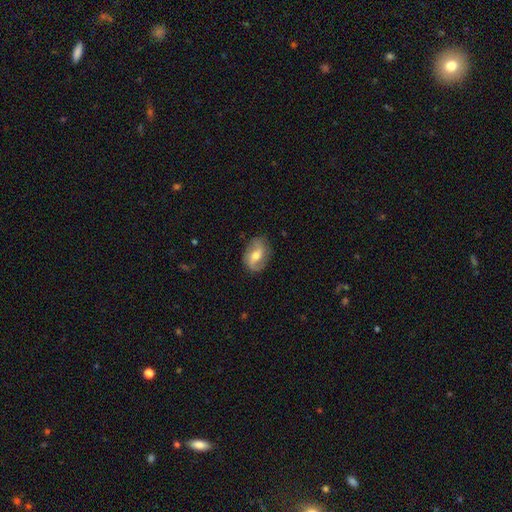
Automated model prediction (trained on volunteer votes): This appears to be a featured or disk galaxy (67%) with a weak bar (46%), 2 (84%) loose (51%) spiral arms (87%) and a moderate central bulge (69%). Merging: none (77%).